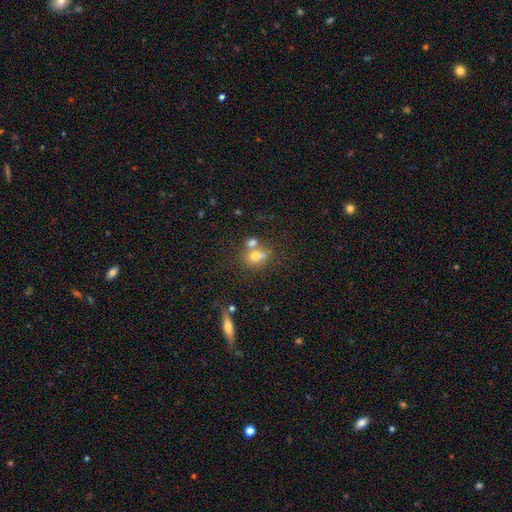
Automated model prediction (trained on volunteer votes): Morphology: type=smooth (70%); roundness=round (50%); merging=none (42%).